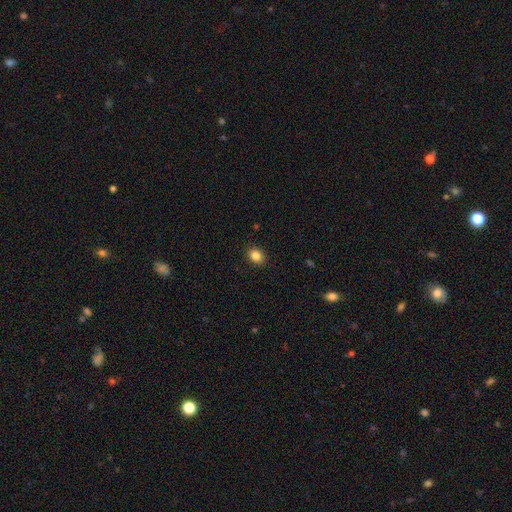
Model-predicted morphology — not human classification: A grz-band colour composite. It shows a smooth galaxy with no disk features (85%) that is in between round and cigar-shaped (54%). Merging: none (89%).